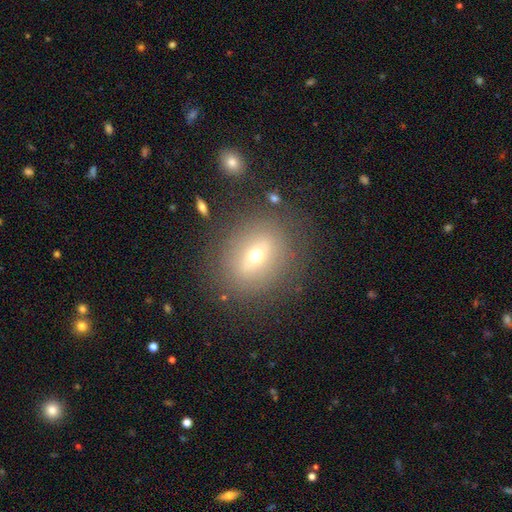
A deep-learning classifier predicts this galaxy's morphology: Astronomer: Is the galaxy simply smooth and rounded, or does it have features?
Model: smooth — 46% (runner-up: featured or disk, 40%).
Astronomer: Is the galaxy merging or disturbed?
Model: none — 81%.